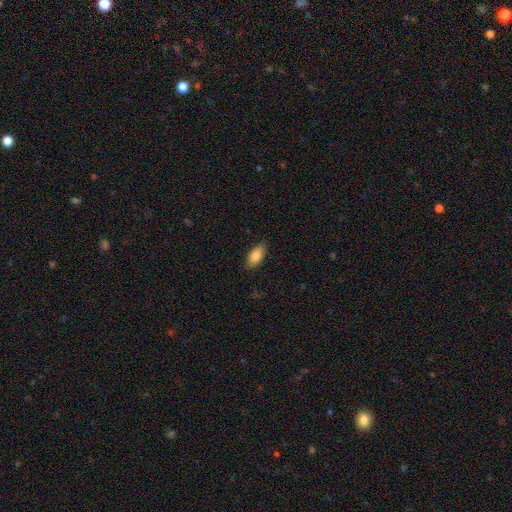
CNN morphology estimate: This appears to be a smooth galaxy with no disk features (87%) that is in between round and cigar-shaped (90%). Merging: none (86%).